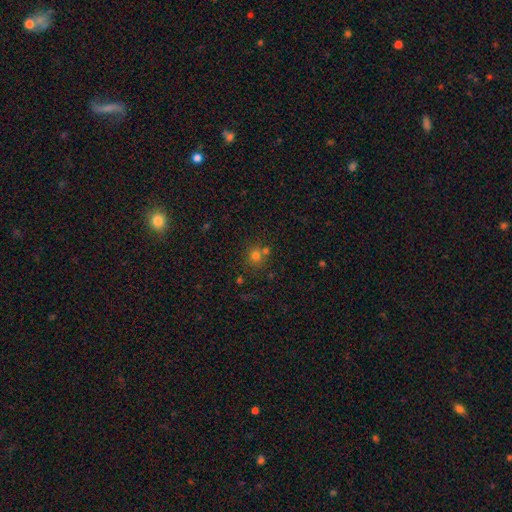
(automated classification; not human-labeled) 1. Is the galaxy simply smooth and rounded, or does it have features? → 73% smooth, 18% star or artifact, 10% featured or disk.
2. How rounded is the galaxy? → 89% round, 10% in between, 1% cigar-shaped.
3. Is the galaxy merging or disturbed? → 62% none, 26% merger, 9% minor disturbance, 4% major disturbance.